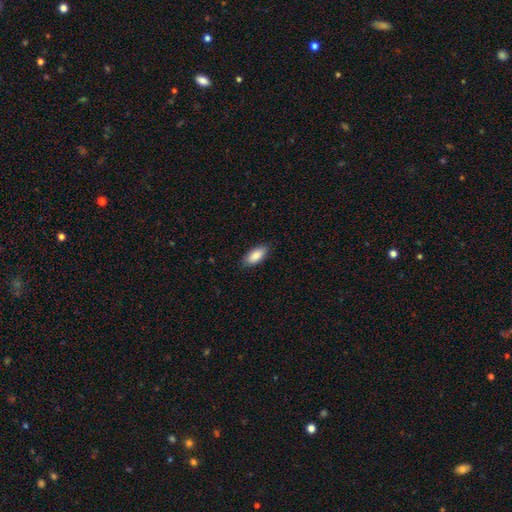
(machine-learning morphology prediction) This is clearly a smooth galaxy (88%). How rounded: clearly in between (87%). Merging: clearly none (87%).